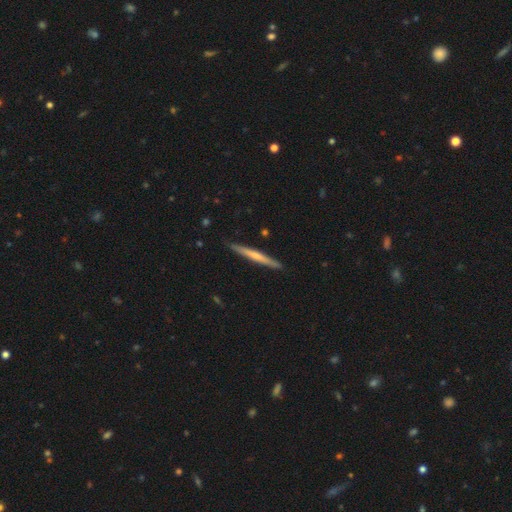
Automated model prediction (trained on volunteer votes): featured or disk 52%, smooth 42%, star or artifact 5%. Down the decision tree: edge-on disk — yes (97%); edge-on bulge — none (51%); merging — none (90%).